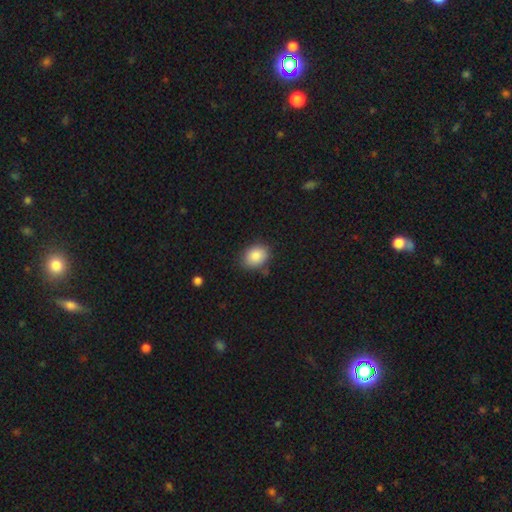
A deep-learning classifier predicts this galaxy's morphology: This appears to be a smooth galaxy with no disk features (87%) that is in between round and cigar-shaped (64%). Merging: none (80%).